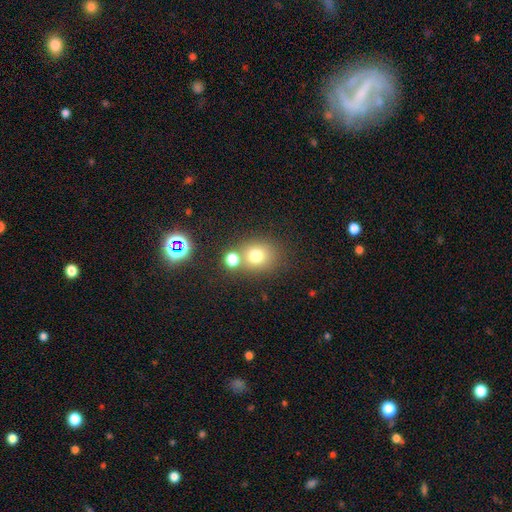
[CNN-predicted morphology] Q: Smooth or featured?
A: smooth (74%); runner-up: star or artifact (15%)
Q: How rounded?
A: round (79%); runner-up: in between (20%)
Q: Merging?
A: none (62%); runner-up: merger (25%)